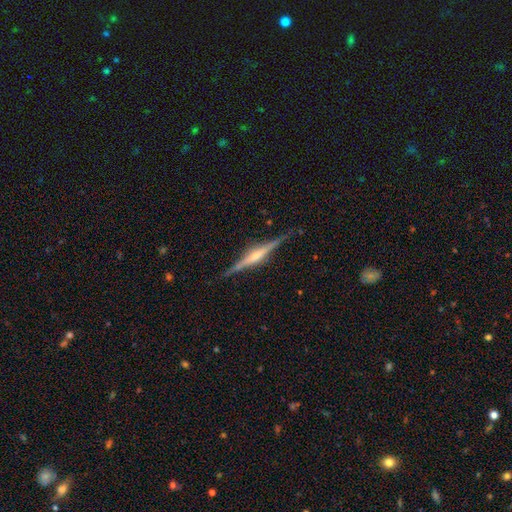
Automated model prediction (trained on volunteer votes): Smooth or featured?
  - featured or disk: 79% *
  - smooth: 15%
  - star or artifact: 6%
Edge-on disk?
  - yes: 98% *
  - no: 2%
Edge-on bulge?
  - rounded: 69% *
  - boxy: 16%
  - none: 15%
Merging?
  - none: 87% *
  - minor disturbance: 10%
  - major disturbance: 2%
  - merger: 1%